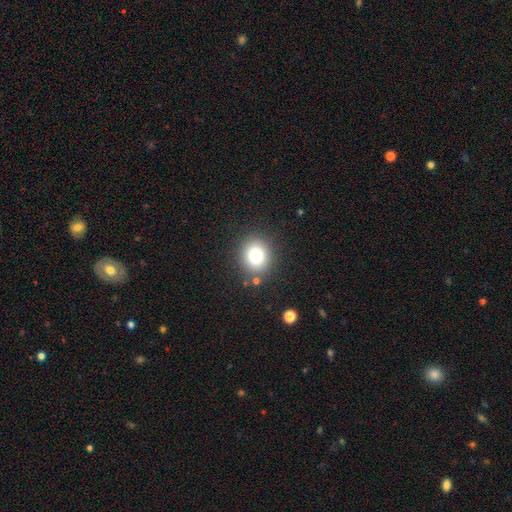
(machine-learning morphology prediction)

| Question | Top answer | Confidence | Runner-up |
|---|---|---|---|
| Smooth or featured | smooth | 78% | star or artifact (13%) |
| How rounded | round | 76% | in between (23%) |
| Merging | none | 87% | minor disturbance (8%) |